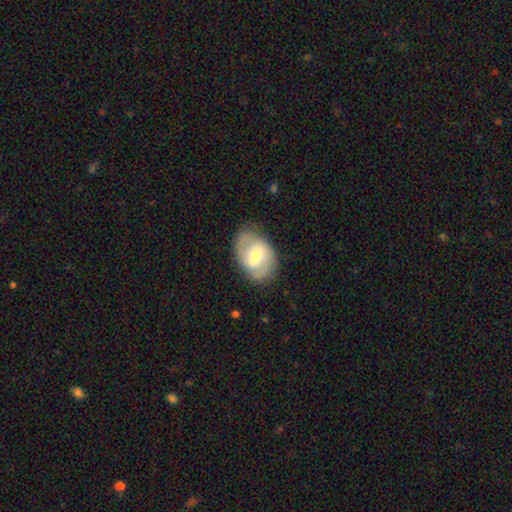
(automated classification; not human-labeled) The model was most divided on "smooth or featured": featured or disk: 55%, smooth: 38%, star or artifact: 6%. More confident: edge-on disk — no (96%); merging — none (75%); spiral arms — yes (75%); bulge size — moderate (54%); bar — weak (51%).